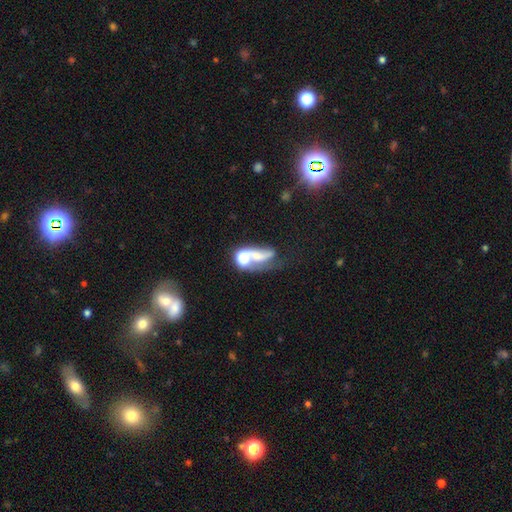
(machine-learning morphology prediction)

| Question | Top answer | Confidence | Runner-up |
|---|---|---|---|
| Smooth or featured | featured or disk | 42% | smooth (41%) |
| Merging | merger | 45% | major disturbance (25%) |